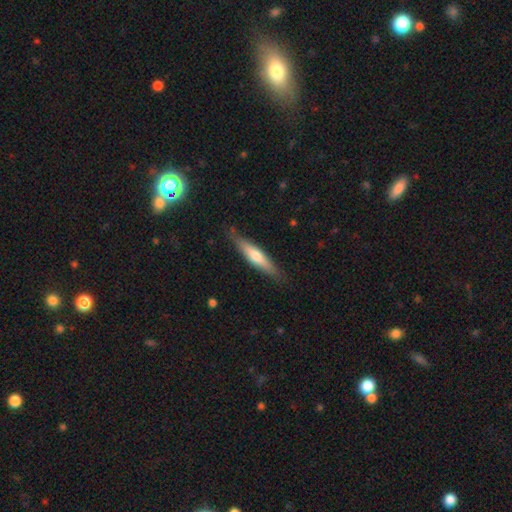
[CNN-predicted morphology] This is possibly a smooth galaxy (54%). How rounded: clearly cigar-shaped (83%). Merging: clearly none (83%).